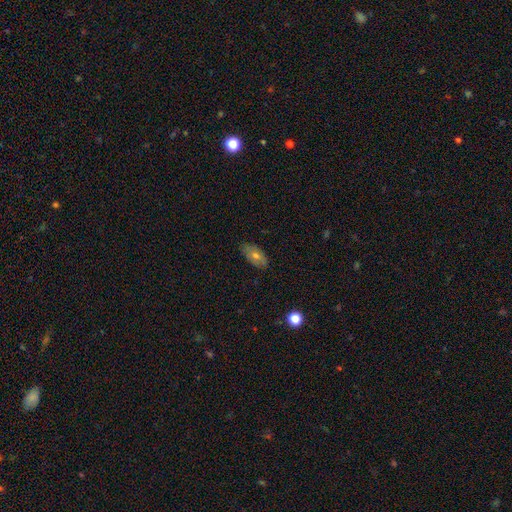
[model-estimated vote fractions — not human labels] smooth_or_featured: smooth (p=0.58) [alt: featured or disk p=0.33]
how_rounded: in between (p=0.88) [alt: cigar-shaped p=0.07]
merging: none (p=0.83) [alt: minor disturbance p=0.13]